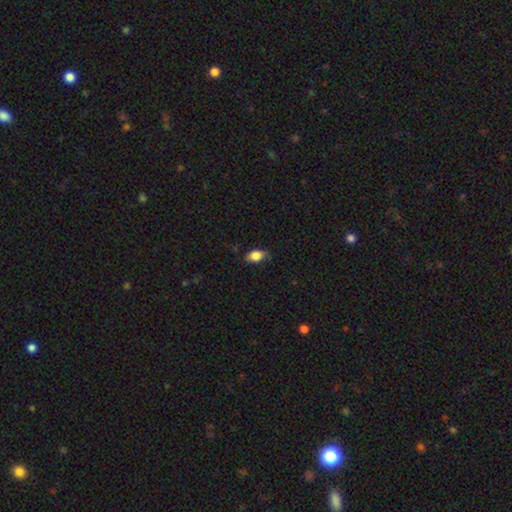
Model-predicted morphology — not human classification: smooth 84%, featured or disk 8%, star or artifact 8%. Down the decision tree: how rounded — in between (87%); merging — none (72%).